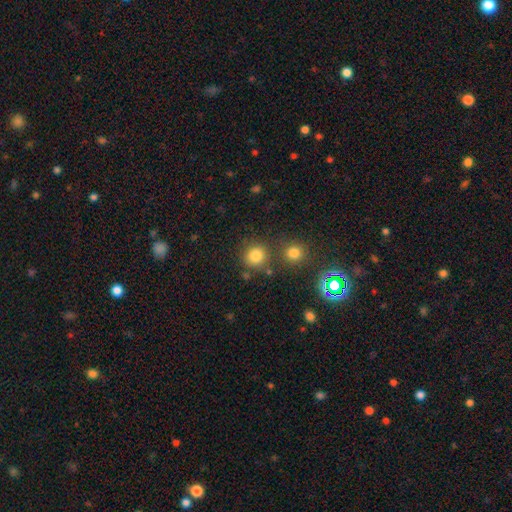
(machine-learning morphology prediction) A smooth galaxy with no disk features (79%) that is round (88%).

Vote fractions:
- Smooth or featured? smooth: 79% / star or artifact: 15% / featured or disk: 6%
- How rounded? round: 88% / in between: 11% / cigar-shaped: 1%
- Merging? none: 77% / merger: 11% / minor disturbance: 9% / major disturbance: 4%